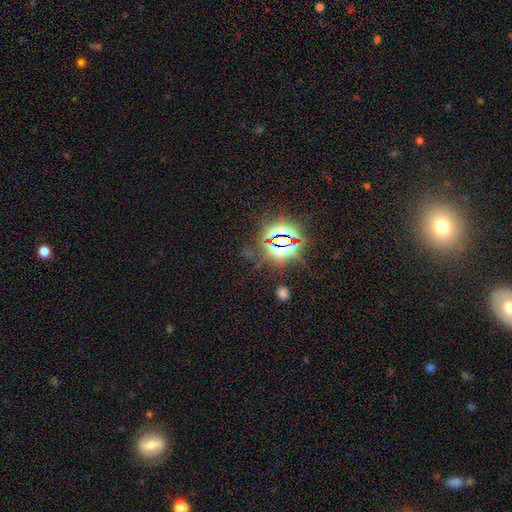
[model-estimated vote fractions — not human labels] star or artifact 79%, smooth 12%, featured or disk 9%.